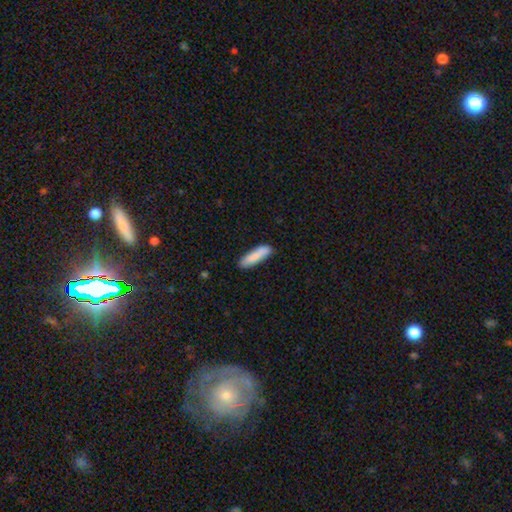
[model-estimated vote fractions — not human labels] Overall: smooth (86%). How rounded: cigar-shaped (70%). Merging: none (84%).